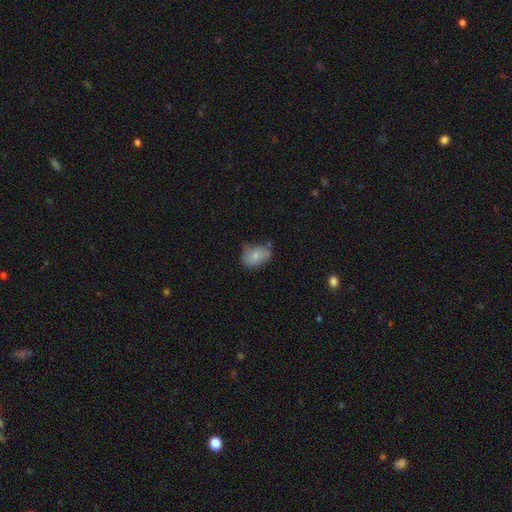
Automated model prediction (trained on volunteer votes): Smooth or featured?
  - smooth: 76% *
  - featured or disk: 16%
  - star or artifact: 8%
How rounded?
  - in between: 74% *
  - round: 25%
  - cigar-shaped: 1%
Merging?
  - none: 52% *
  - minor disturbance: 33%
  - major disturbance: 9%
  - merger: 6%